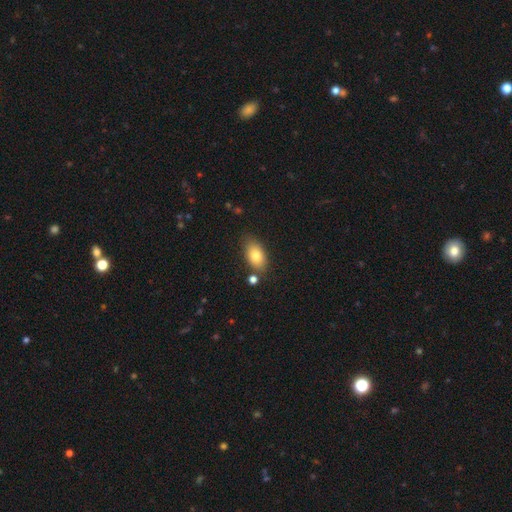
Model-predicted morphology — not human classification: Smooth or featured? smooth (80%)
How rounded? in between (90%)
Merging? none (75%)